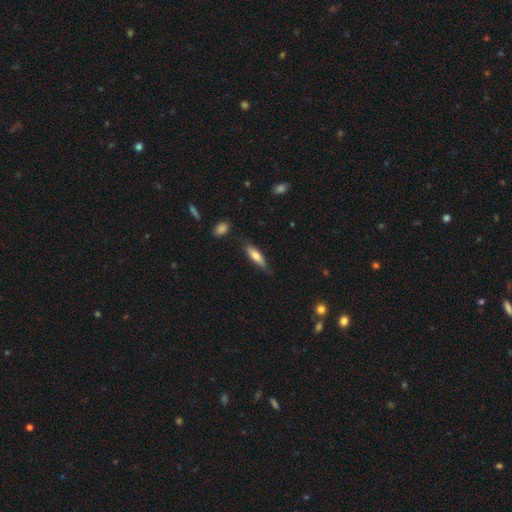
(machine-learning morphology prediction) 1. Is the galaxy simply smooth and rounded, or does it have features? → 69% smooth, 25% featured or disk, 6% star or artifact.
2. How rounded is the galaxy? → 68% cigar-shaped, 30% in between, 2% round.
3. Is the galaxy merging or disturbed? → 73% none, 21% minor disturbance, 4% major disturbance, 2% merger.